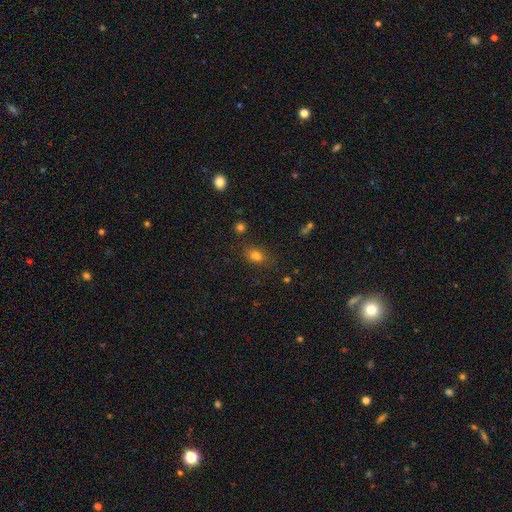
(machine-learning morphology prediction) A smooth galaxy with no disk features (76%) that is in between round and cigar-shaped (72%).

Vote fractions:
- Smooth or featured? smooth: 76% / star or artifact: 16% / featured or disk: 8%
- How rounded? in between: 72% / round: 25% / cigar-shaped: 3%
- Merging? none: 72% / minor disturbance: 16% / merger: 7% / major disturbance: 5%